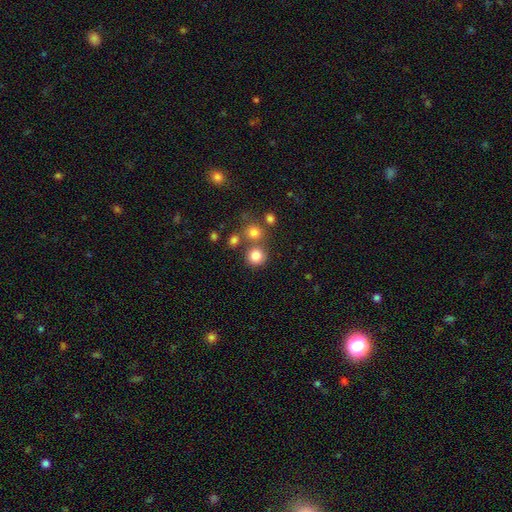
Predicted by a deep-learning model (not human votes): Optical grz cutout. It shows a smooth galaxy with no disk features (80%) that is round (92%). Merging: none (72%).